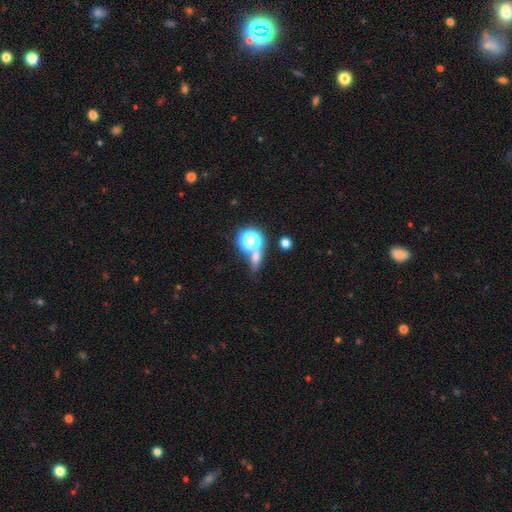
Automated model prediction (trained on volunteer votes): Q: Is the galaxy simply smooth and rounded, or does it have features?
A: smooth — 55%.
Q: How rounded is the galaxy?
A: round — 47%.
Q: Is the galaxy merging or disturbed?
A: none — 64%.